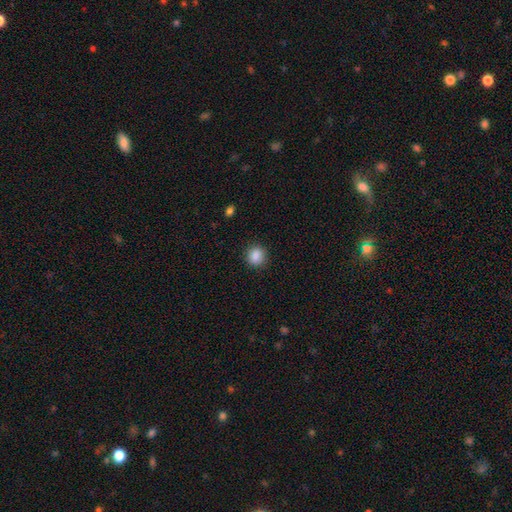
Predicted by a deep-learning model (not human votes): This is clearly a smooth galaxy (88%). How rounded: likely round (78%). Merging: clearly none (88%).